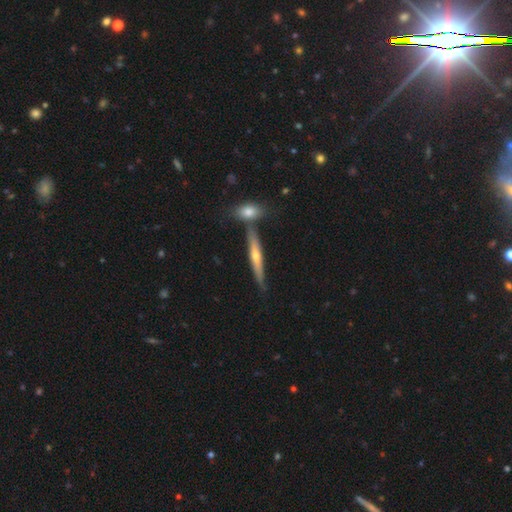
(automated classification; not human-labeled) Morphology: type=featured or disk (56%); edge-on=yes (93%); edge-on bulge=rounded (77%); merging=none (71%).